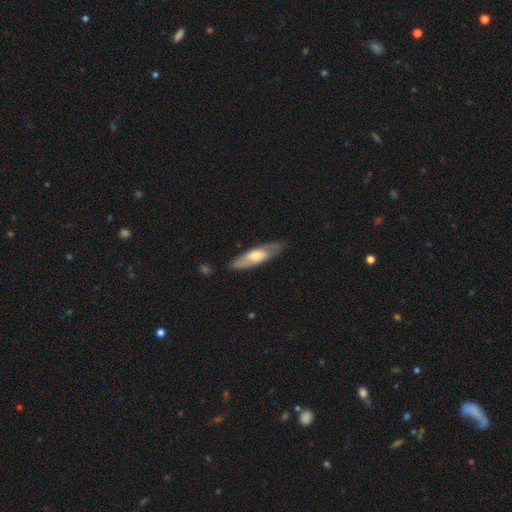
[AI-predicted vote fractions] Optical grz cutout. It shows a featured or disk galaxy (50%). Merging: none (81%).